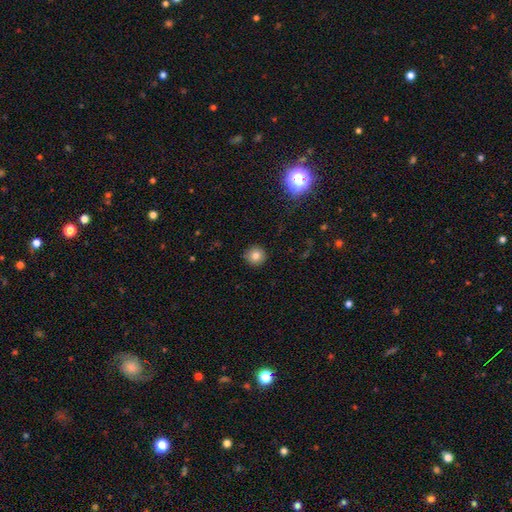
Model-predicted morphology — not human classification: This is likely a smooth galaxy (79%). How rounded: clearly round (95%). Merging: clearly none (91%).